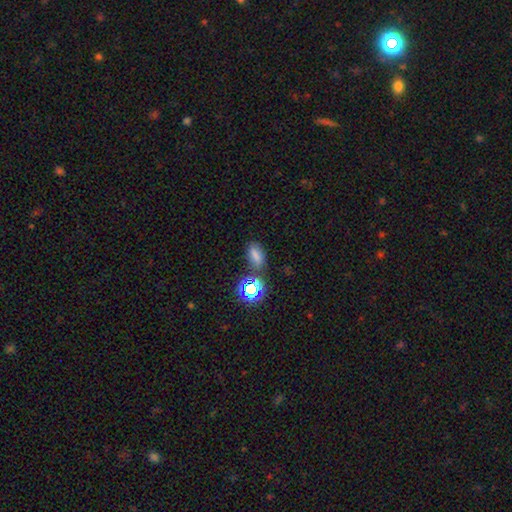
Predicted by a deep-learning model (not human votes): smooth_or_featured: smooth (p=0.66) [alt: star or artifact p=0.25]
how_rounded: in between (p=0.82) [alt: round p=0.13]
merging: none (p=0.69) [alt: minor disturbance p=0.16]